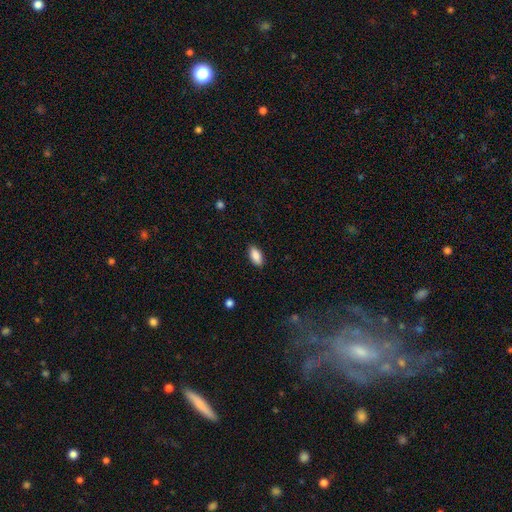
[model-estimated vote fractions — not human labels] smooth 88%, star or artifact 7%, featured or disk 5%. Down the decision tree: how rounded — in between (88%); merging — none (88%).